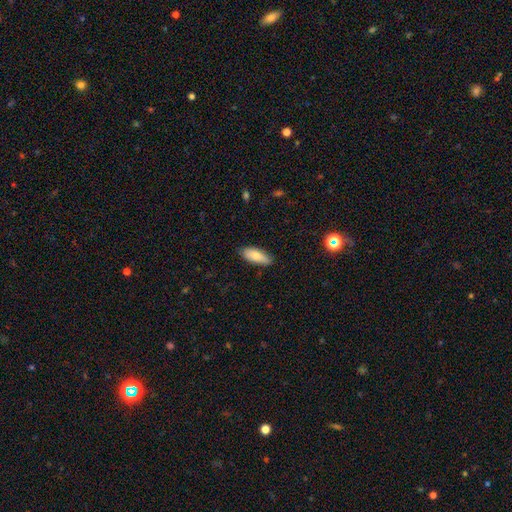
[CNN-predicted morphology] Q: Smooth or featured?
A: smooth (78%); runner-up: featured or disk (15%)
Q: How rounded?
A: in between (73%); runner-up: cigar-shaped (25%)
Q: Merging?
A: none (82%); runner-up: minor disturbance (15%)